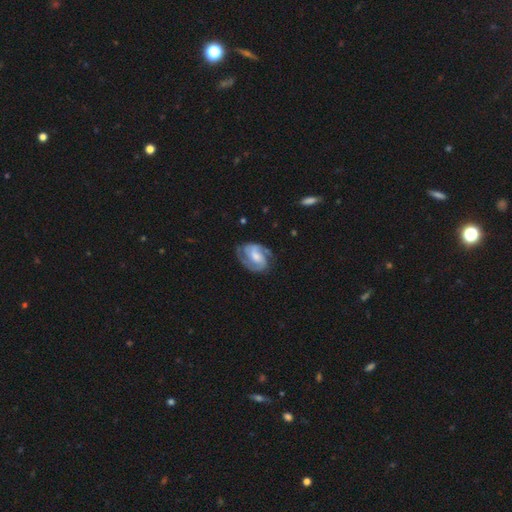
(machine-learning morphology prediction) Smooth or featured?
  - featured or disk: 86% *
  - smooth: 9%
  - star or artifact: 5%
Edge-on disk?
  - no: 98% *
  - yes: 2%
Bar?
  - weak: 46% *
  - no: 33%
  - strong: 21%
Spiral arms?
  - yes: 97% *
  - no: 3%
Spiral winding?
  - medium: 48% *
  - tight: 39%
  - loose: 12%
Spiral arm count?
  - 2: 84% *
  - 3: 6%
  - can't tell: 5%
  - 1: 2%
  - 4: 1%
  - more than 4: 1%
Bulge size?
  - moderate: 45% *
  - small: 29%
  - large: 13%
  - none: 12%
  - dominant: 2%
Merging?
  - none: 73% *
  - minor disturbance: 18%
  - major disturbance: 7%
  - merger: 1%